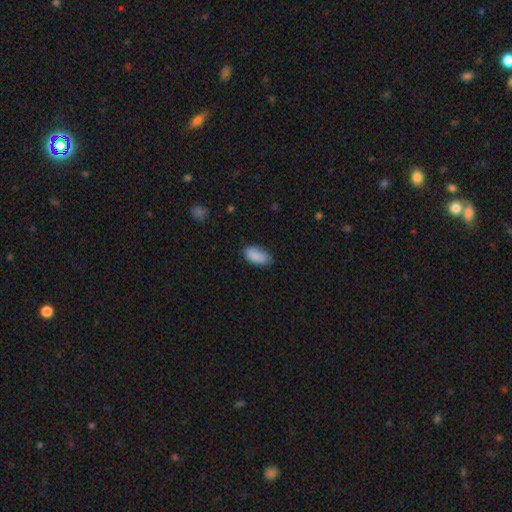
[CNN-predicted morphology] Overall: smooth (88%). How rounded: in between (92%). Merging: none (73%).